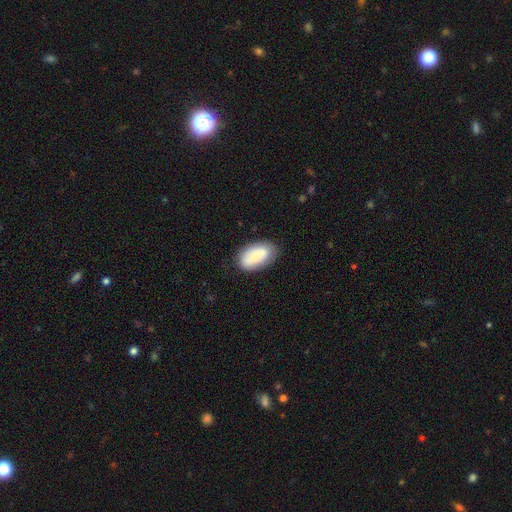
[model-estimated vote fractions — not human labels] This is likely a smooth galaxy (71%). How rounded: clearly in between (93%). Merging: likely none (78%).